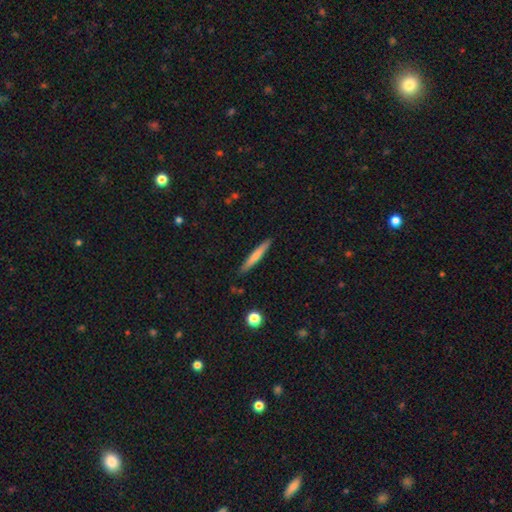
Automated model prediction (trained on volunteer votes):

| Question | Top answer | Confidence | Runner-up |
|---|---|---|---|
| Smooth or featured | smooth | 64% | featured or disk (30%) |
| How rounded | cigar-shaped | 95% | in between (4%) |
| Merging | none | 89% | minor disturbance (8%) |